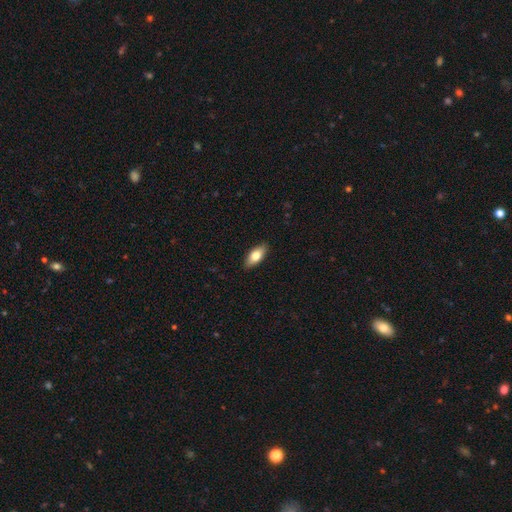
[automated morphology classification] Smooth or featured: smooth — 76% (featured or disk — 18%)
How rounded: in between — 85% (cigar-shaped — 12%)
Merging: none — 89% (minor disturbance — 9%)